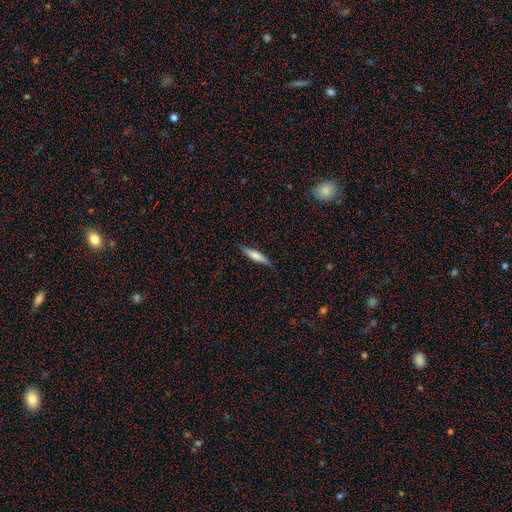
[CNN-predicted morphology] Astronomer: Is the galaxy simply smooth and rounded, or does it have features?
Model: smooth — 61%.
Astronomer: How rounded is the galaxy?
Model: cigar-shaped — 82%.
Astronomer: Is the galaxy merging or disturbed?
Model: none — 81%.